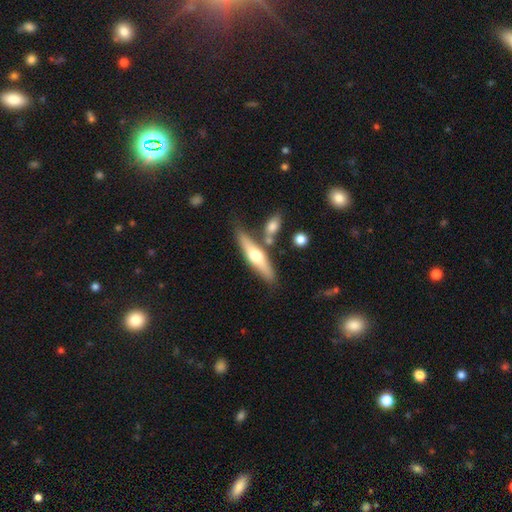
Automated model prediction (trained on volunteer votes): Morphology: type=featured or disk (55%); edge-on=yes (92%); edge-on bulge=rounded (93%); merging=none (71%).